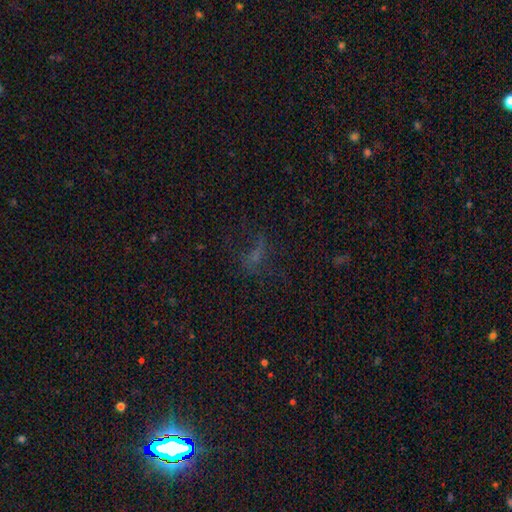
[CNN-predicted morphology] Smooth or featured?
  - star or artifact: 37% *
  - smooth: 32%
  - featured or disk: 30%